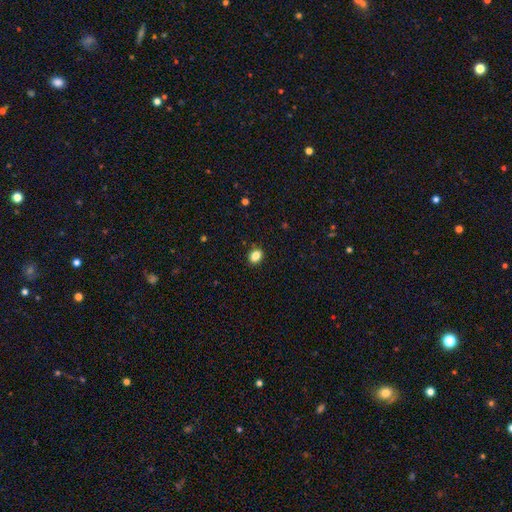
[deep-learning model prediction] smooth-or-featured: smooth: 85% | star or artifact: 10% | featured or disk: 5%
  how-rounded: in between: 68% | round: 30% | cigar-shaped: 1%
  merging: none: 88% | minor disturbance: 9% | major disturbance: 2% | merger: 1%